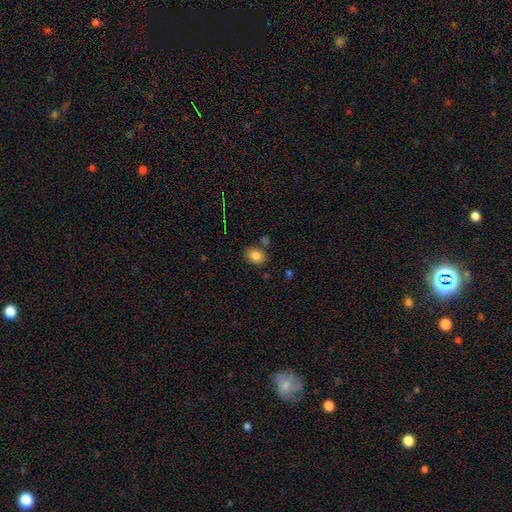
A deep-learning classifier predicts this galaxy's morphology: smooth_or_featured: smooth (p=0.83) [alt: star or artifact p=0.10]
how_rounded: in between (p=0.73) [alt: round p=0.26]
merging: none (p=0.77) [alt: minor disturbance p=0.13]